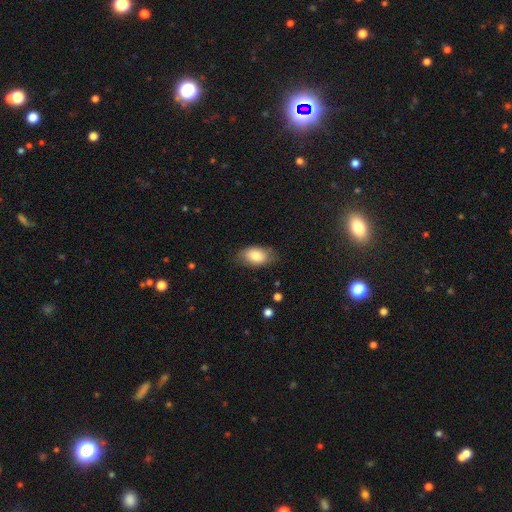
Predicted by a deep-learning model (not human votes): This appears to be a smooth galaxy with no disk features (80%) that is in between round and cigar-shaped (91%). Merging: none (75%).